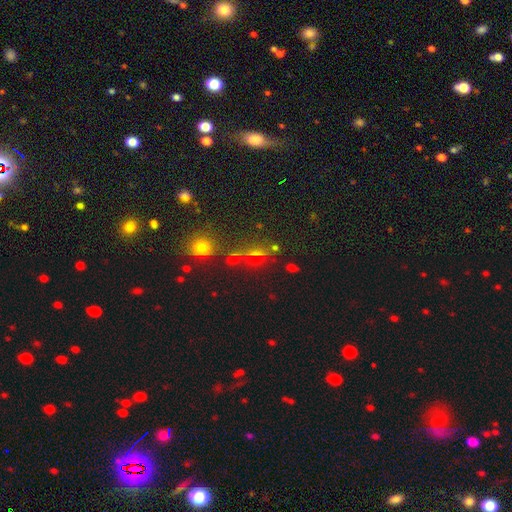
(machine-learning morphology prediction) type=star or artifact (52%).